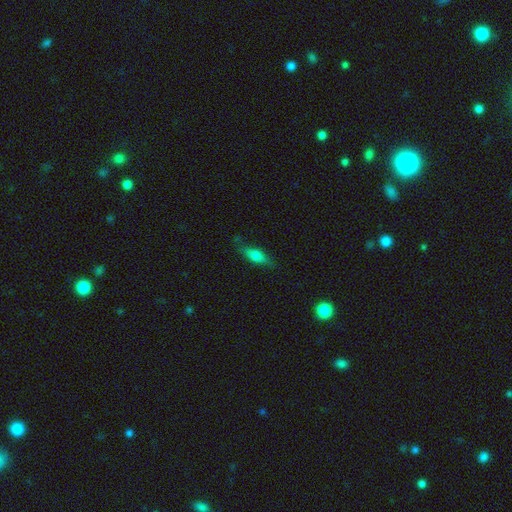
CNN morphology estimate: A smooth galaxy with no disk features (62%) that is in between round and cigar-shaped (54%).

Vote fractions:
- Smooth or featured? smooth: 62% / featured or disk: 30% / star or artifact: 8%
- How rounded? in between: 54% / cigar-shaped: 42% / round: 3%
- Merging? none: 76% / minor disturbance: 18% / major disturbance: 4% / merger: 2%